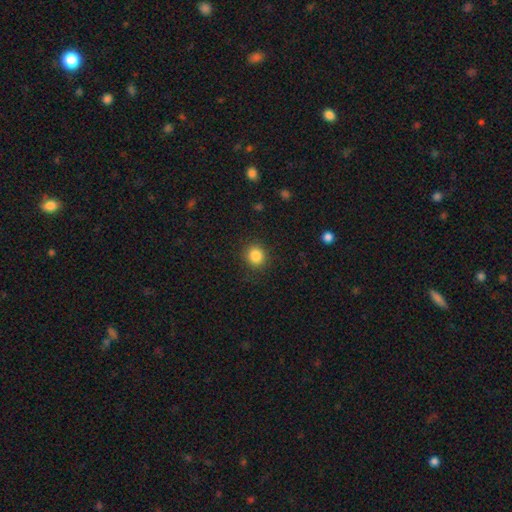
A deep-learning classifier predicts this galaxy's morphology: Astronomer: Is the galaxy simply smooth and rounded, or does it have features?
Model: smooth — 85%.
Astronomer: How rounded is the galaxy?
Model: round — 86%.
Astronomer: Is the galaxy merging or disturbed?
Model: none — 89%.